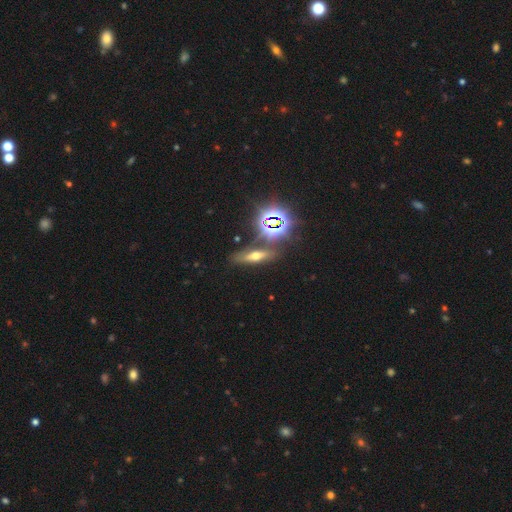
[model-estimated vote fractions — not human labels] Smooth or featured: smooth — 37% (star or artifact — 35%)
Merging: none — 74% (minor disturbance — 12%)